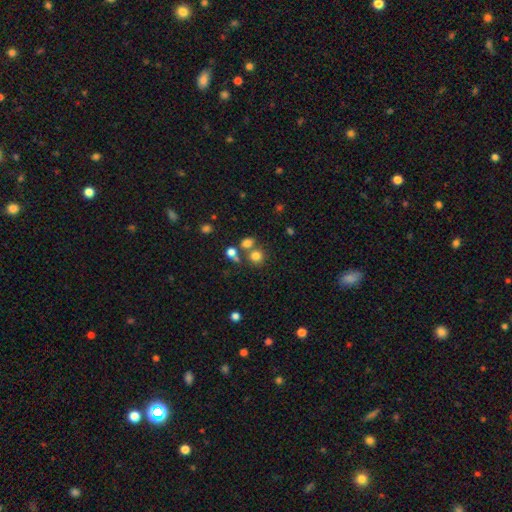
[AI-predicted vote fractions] Smooth or featured? smooth (76%)
How rounded? round (85%)
Merging? none (61%)